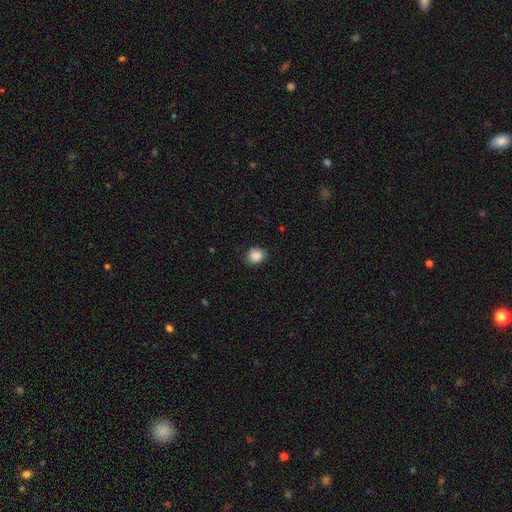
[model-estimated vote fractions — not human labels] This appears to be a smooth galaxy with no disk features (86%) that is round (61%). Merging: none (79%).